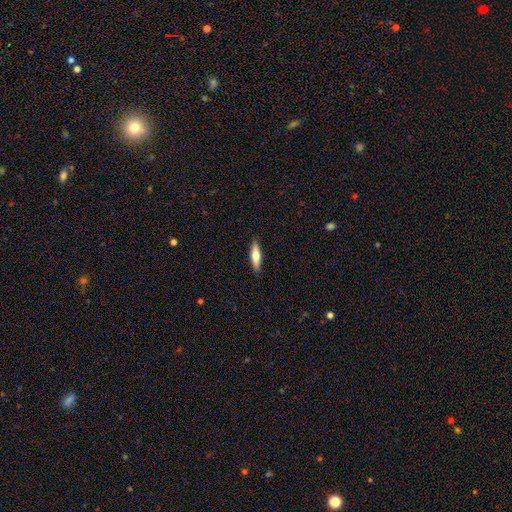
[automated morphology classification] The model was most divided on "smooth or featured": smooth: 58%, featured or disk: 36%, star or artifact: 6%. More confident: merging — none (89%); how rounded — cigar-shaped (68%).